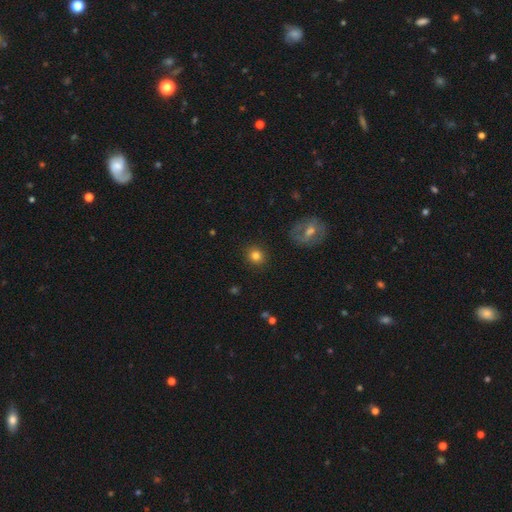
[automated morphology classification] This appears to be a smooth galaxy with no disk features (81%) that is round (84%). Merging: none (89%).